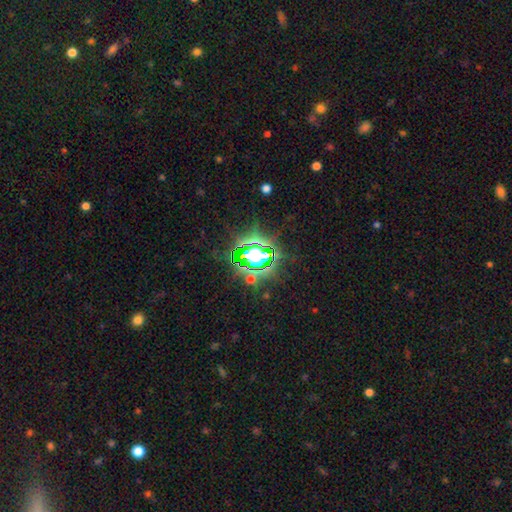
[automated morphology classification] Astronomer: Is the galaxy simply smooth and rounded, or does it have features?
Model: star or artifact — 75%.